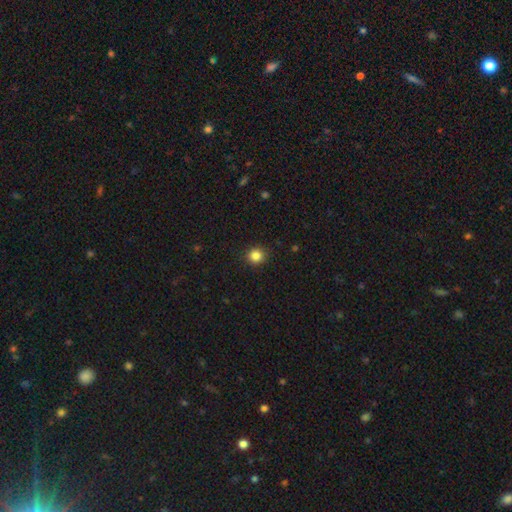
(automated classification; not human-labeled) smooth 85%, star or artifact 12%, featured or disk 4%. Down the decision tree: how rounded — round (90%); merging — none (91%).